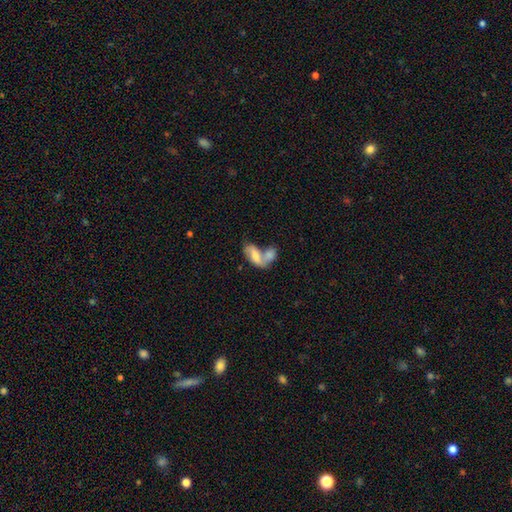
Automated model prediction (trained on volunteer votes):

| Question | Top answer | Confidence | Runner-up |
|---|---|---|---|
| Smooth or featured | smooth | 58% | featured or disk (35%) |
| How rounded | in between | 88% | cigar-shaped (7%) |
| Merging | merger | 66% | none (18%) |